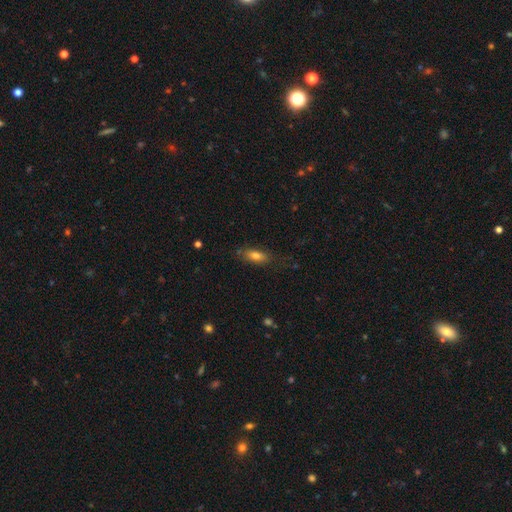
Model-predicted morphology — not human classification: smooth 76%, featured or disk 15%, star or artifact 9%. Down the decision tree: how rounded — in between (76%); merging — none (72%).